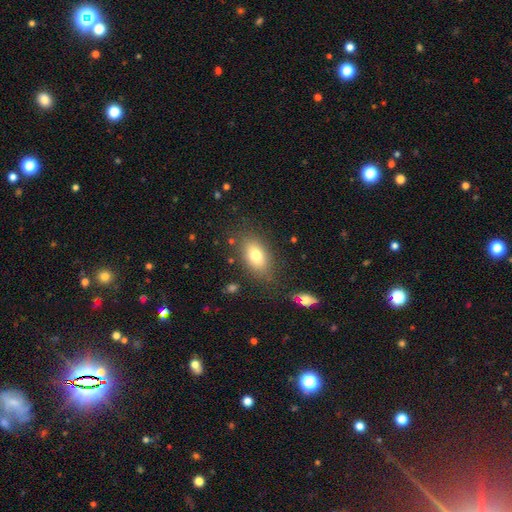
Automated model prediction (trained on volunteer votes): The model was most divided on "smooth or featured": smooth: 77%, featured or disk: 14%, star or artifact: 9%. More confident: how rounded — in between (86%); merging — none (79%).